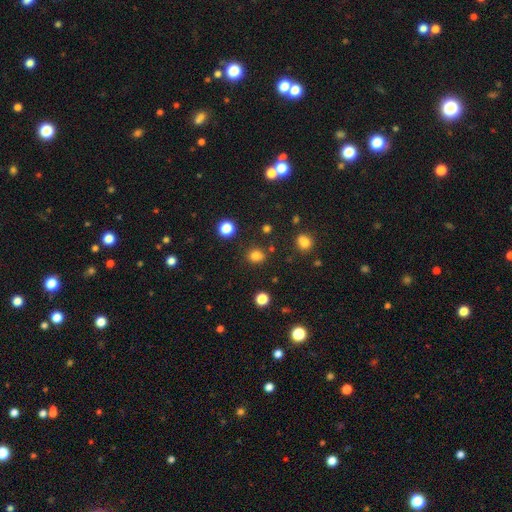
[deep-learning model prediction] Morphology: type=smooth (80%); roundness=round (74%); merging=none (79%).